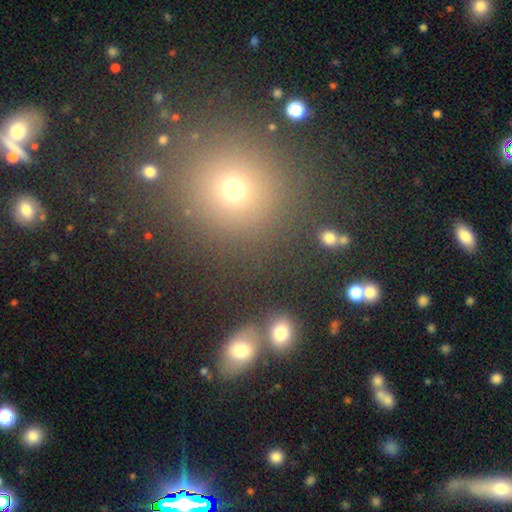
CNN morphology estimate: A smooth galaxy with no disk features (52%) that is round (84%). Merging: none (84%).